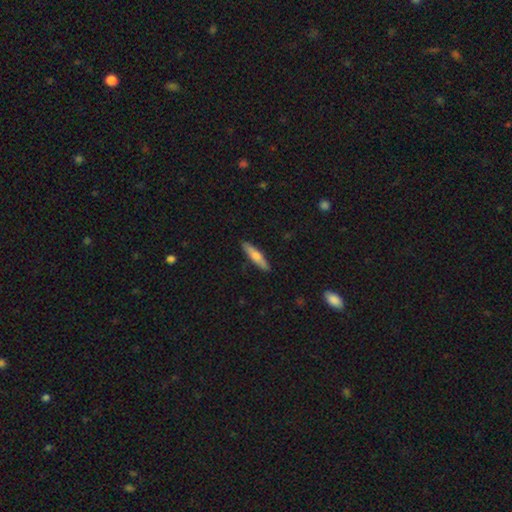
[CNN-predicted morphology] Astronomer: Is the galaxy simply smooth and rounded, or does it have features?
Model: smooth — 66%.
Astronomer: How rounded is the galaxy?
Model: cigar-shaped — 84%.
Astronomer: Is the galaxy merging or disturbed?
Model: none — 90%.